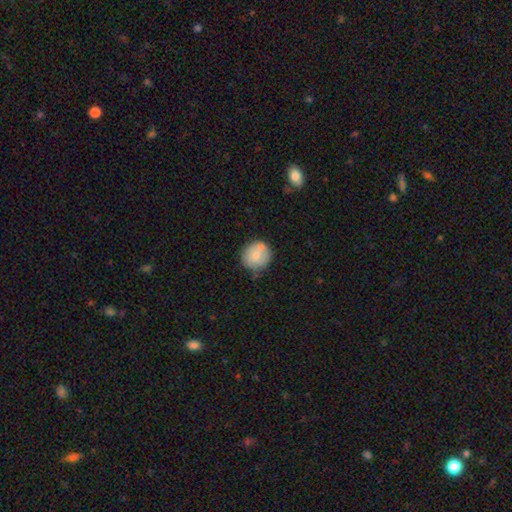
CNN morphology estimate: Smooth or featured? Predicted: smooth (p=0.72). How rounded? Predicted: round (p=0.89). Merging? Predicted: none (p=0.66).